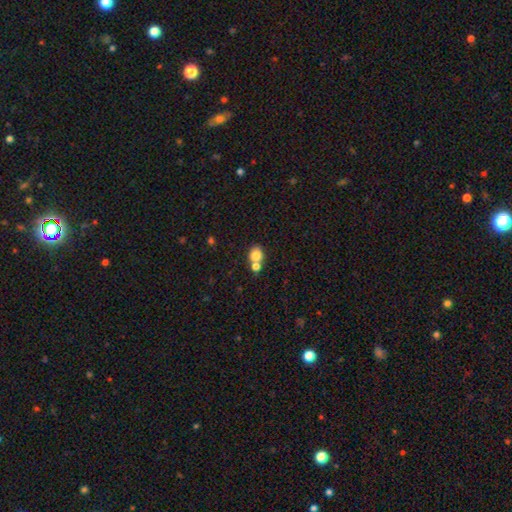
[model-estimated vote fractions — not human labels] smooth 80%, featured or disk 10%, star or artifact 10%. Down the decision tree: how rounded — round (61%); merging — merger (51%).